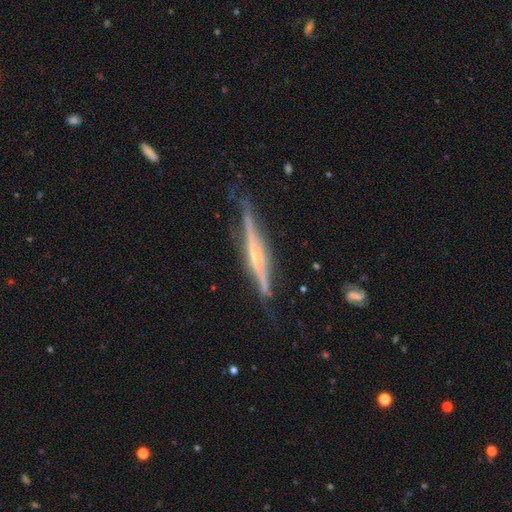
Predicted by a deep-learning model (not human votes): This appears to be a featured or disk galaxy (81%) viewed edge-on (96%) with a rounded central bulge (64%). Merging: none (72%).